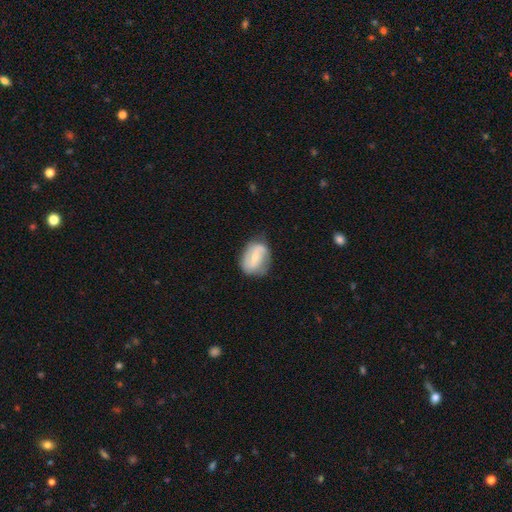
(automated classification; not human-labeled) A featured or disk galaxy (63%) with a weak bar (46%), spiral arms (80%) and a small central bulge (57%). Merging: none (66%).